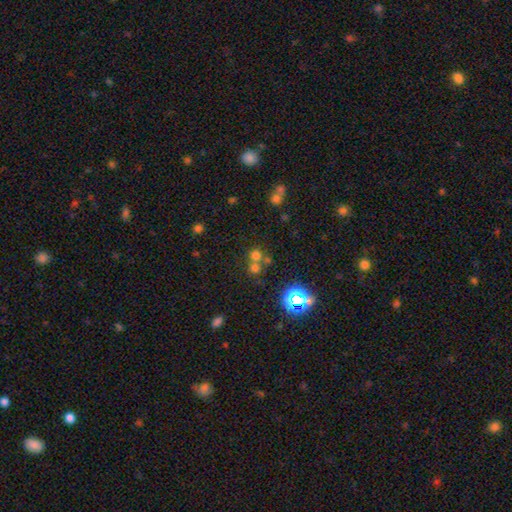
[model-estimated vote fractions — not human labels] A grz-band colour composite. It shows a smooth galaxy with no disk features (56%) that is round (87%). Merging: none (51%).